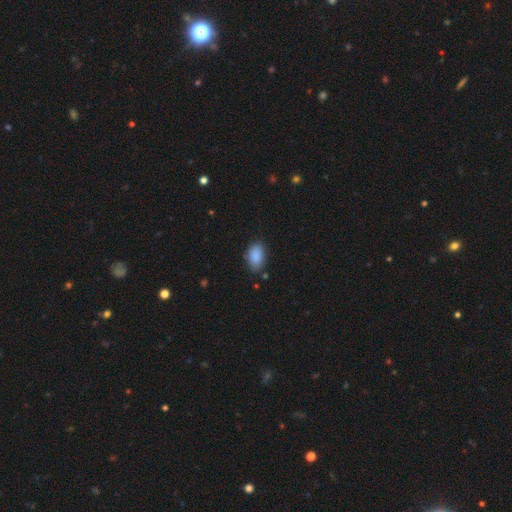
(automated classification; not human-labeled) Smooth or featured?
  - smooth: 89% *
  - star or artifact: 7%
  - featured or disk: 4%
How rounded?
  - in between: 90% *
  - round: 8%
  - cigar-shaped: 2%
Merging?
  - none: 79% *
  - minor disturbance: 16%
  - major disturbance: 3%
  - merger: 2%